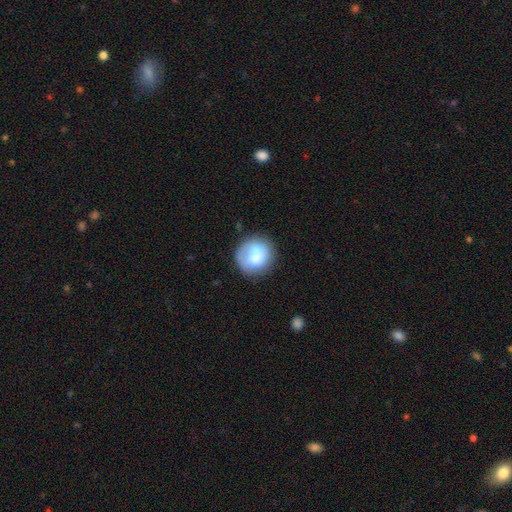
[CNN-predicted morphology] A smooth galaxy with no disk features (71%) that is round (87%). Merging: none (64%).